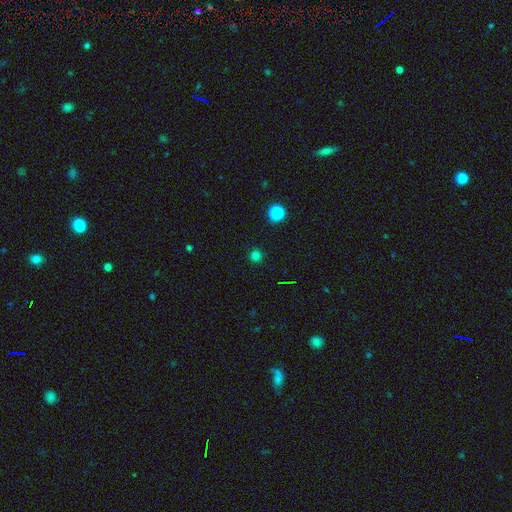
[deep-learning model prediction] A smooth galaxy with no disk features (75%) that is round (95%). Merging: none (91%).